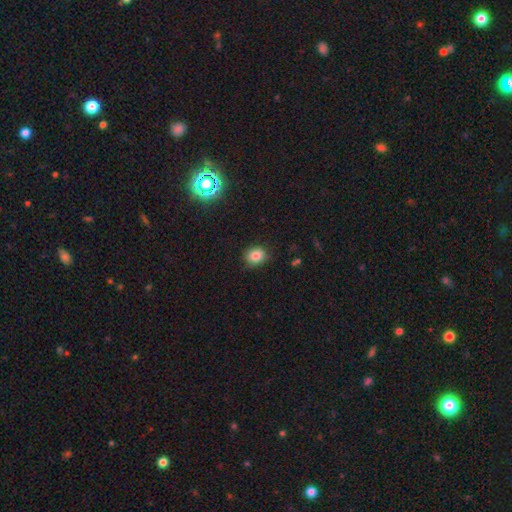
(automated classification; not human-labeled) Q: Smooth or featured?
A: smooth (82%); runner-up: star or artifact (12%)
Q: How rounded?
A: round (62%); runner-up: in between (37%)
Q: Merging?
A: none (76%); runner-up: minor disturbance (19%)